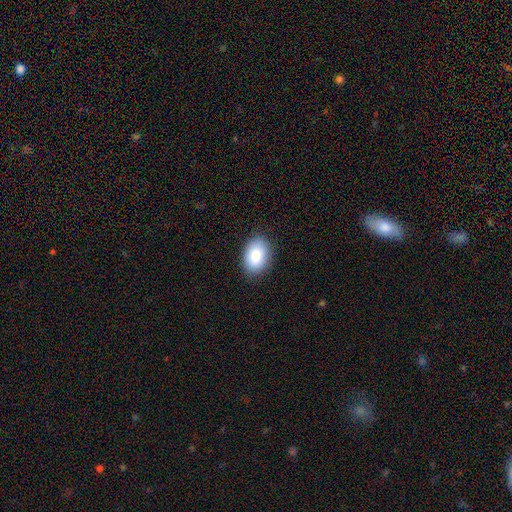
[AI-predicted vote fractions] Morphology: type=smooth (86%); roundness=in between (85%); merging=none (87%).